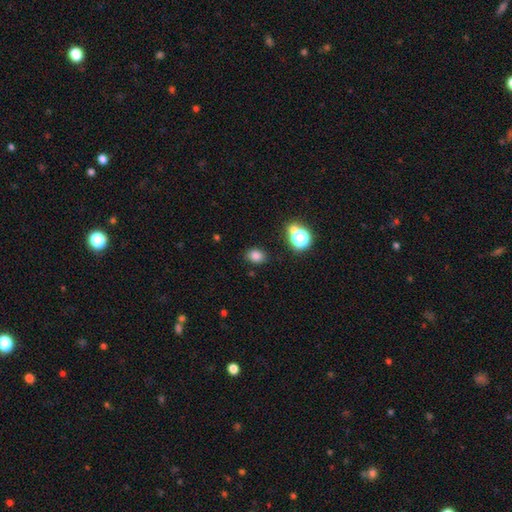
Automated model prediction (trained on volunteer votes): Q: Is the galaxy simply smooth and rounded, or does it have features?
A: smooth — 79%.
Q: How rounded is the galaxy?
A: in between — 58%.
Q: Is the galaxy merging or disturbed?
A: none — 83%.